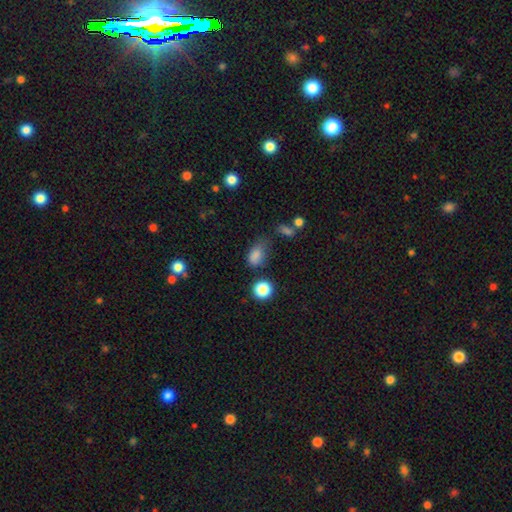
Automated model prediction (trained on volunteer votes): smooth-or-featured: smooth: 80% | star or artifact: 14% | featured or disk: 7%
  how-rounded: in between: 79% | round: 19% | cigar-shaped: 3%
  merging: none: 43% | minor disturbance: 33% | major disturbance: 17% | merger: 7%